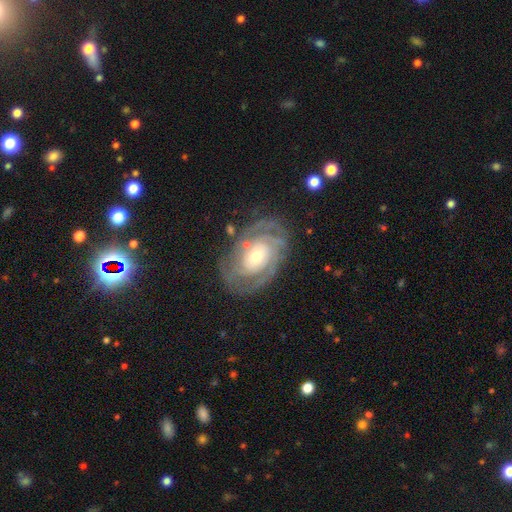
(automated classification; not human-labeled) Q: Smooth or featured?
A: featured or disk (87%); runner-up: smooth (8%)
Q: Edge-on disk?
A: no (96%); runner-up: yes (4%)
Q: Bar?
A: no (74%); runner-up: weak (20%)
Q: Spiral arms?
A: yes (94%); runner-up: no (6%)
Q: Spiral winding?
A: tight (73%); runner-up: medium (22%)
Q: Spiral arm count?
A: can't tell (31%); runner-up: 2 (25%)
Q: Bulge size?
A: moderate (48%); runner-up: small (45%)
Q: Merging?
A: none (75%); runner-up: minor disturbance (16%)